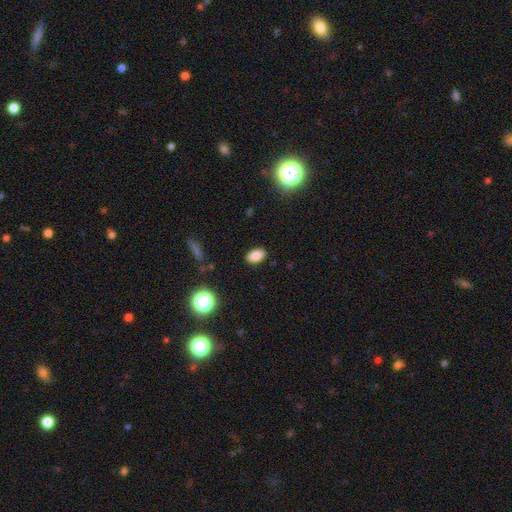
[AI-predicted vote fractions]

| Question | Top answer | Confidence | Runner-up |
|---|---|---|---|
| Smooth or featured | smooth | 85% | star or artifact (11%) |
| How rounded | in between | 90% | round (7%) |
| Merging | none | 88% | minor disturbance (8%) |